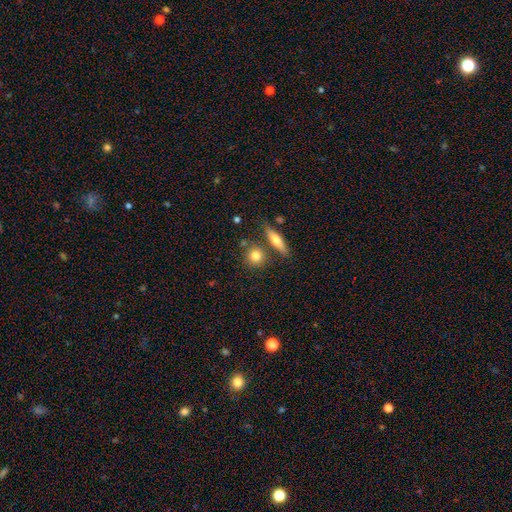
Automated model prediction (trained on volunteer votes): Smooth or featured? Predicted: smooth (p=0.78). How rounded? Predicted: round (p=0.76). Merging? Predicted: none (p=0.71).